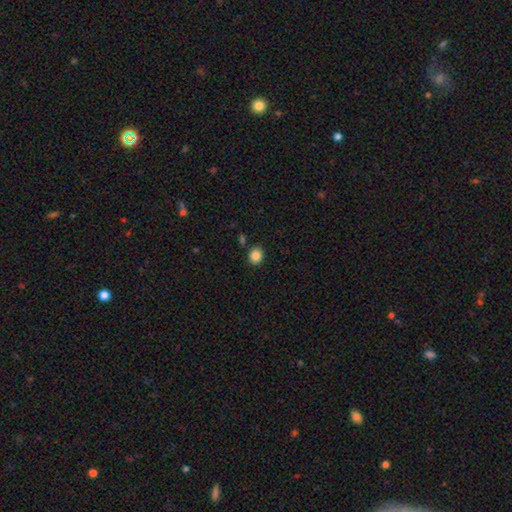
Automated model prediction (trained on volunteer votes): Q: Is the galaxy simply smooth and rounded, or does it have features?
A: smooth — 86%.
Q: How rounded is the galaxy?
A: round — 67%.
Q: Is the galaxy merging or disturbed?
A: none — 86%.